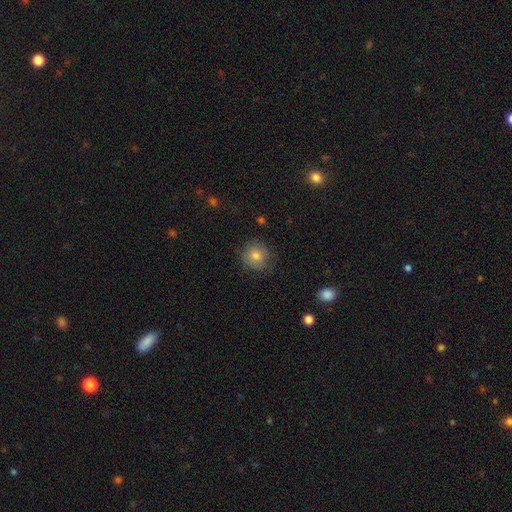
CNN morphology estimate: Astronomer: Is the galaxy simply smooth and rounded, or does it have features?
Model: smooth — 75%.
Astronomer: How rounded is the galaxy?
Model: round — 89%.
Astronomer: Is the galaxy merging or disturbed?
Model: none — 79%.